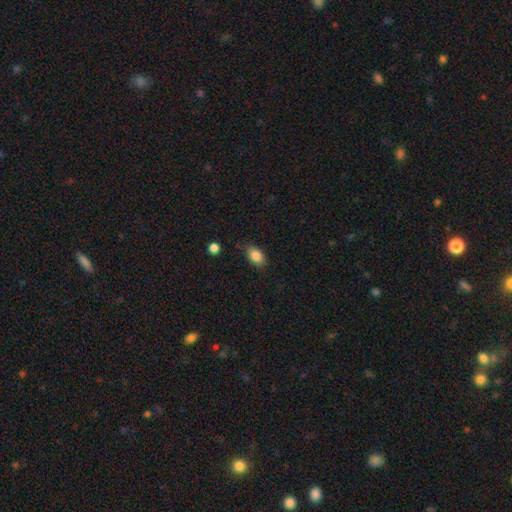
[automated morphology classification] smooth_or_featured: smooth (p=0.85) [alt: star or artifact p=0.08]
how_rounded: in between (p=0.87) [alt: round p=0.11]
merging: none (p=0.81) [alt: minor disturbance p=0.14]